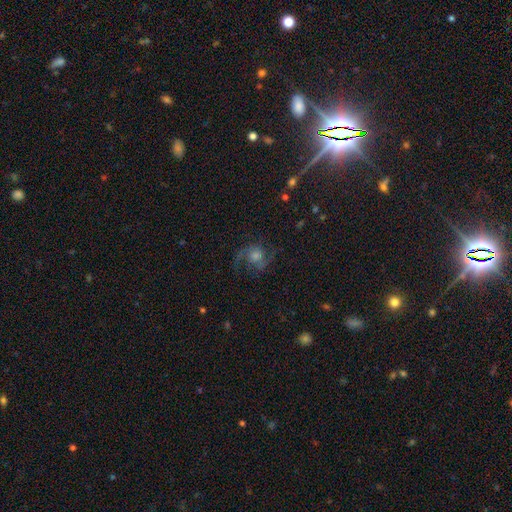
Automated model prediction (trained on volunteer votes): Smooth or featured?
  - featured or disk: 75% *
  - star or artifact: 13%
  - smooth: 12%
Edge-on disk?
  - no: 97% *
  - yes: 3%
Bar?
  - no: 72% *
  - weak: 23%
  - strong: 5%
Spiral arms?
  - yes: 95% *
  - no: 5%
Spiral winding?
  - medium: 53% *
  - loose: 31%
  - tight: 17%
Spiral arm count?
  - 2: 66% *
  - 3: 14%
  - can't tell: 9%
  - 1: 4%
  - 4: 3%
  - more than 4: 3%
Bulge size?
  - moderate: 50% *
  - small: 28%
  - large: 14%
  - none: 6%
  - dominant: 3%
Merging?
  - none: 70% *
  - minor disturbance: 15%
  - major disturbance: 13%
  - merger: 1%